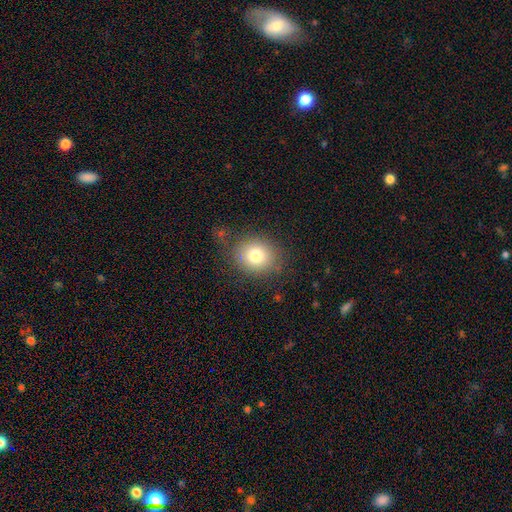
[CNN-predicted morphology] smooth 78%, featured or disk 11%, star or artifact 11%. Down the decision tree: how rounded — round (72%); merging — none (74%).